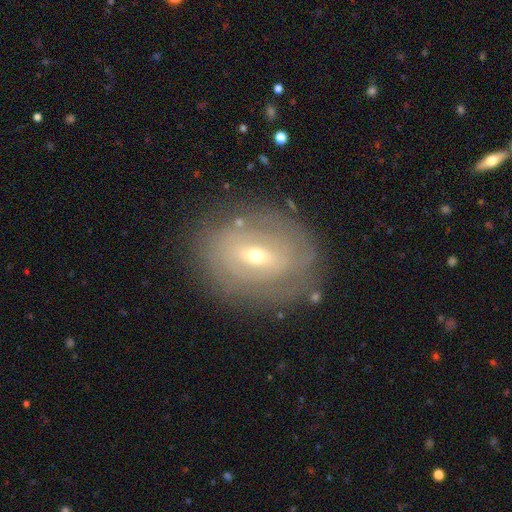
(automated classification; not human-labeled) Smooth or featured? featured or disk (69%)
Edge-on disk? no (92%)
Bar? weak (48%)
Spiral arms? yes (59%)
Bulge size? small (56%)
Merging? none (79%)